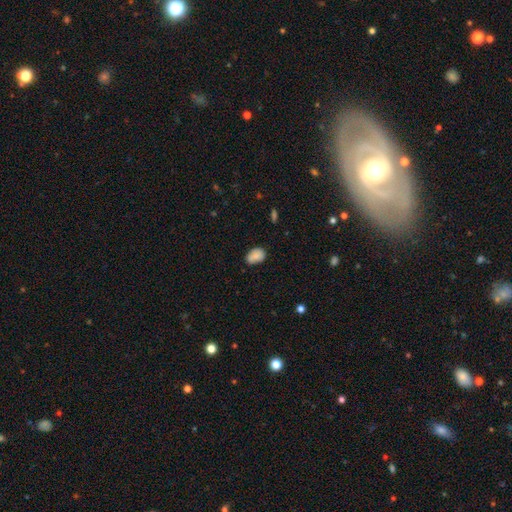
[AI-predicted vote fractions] The model was most divided on "merging": none: 62%, minor disturbance: 29%, major disturbance: 5%, merger: 3%. More confident: smooth or featured — smooth (82%); how rounded — in between (80%).